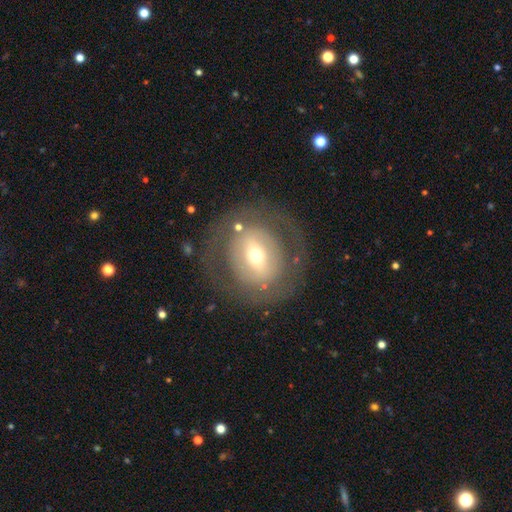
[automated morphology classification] featured or disk 57%, smooth 34%, star or artifact 8%. Down the decision tree: edge-on disk — no (92%); bar — strong (34%, tied with no); spiral arms — no (78%); bulge size — moderate (48%); merging — none (79%).